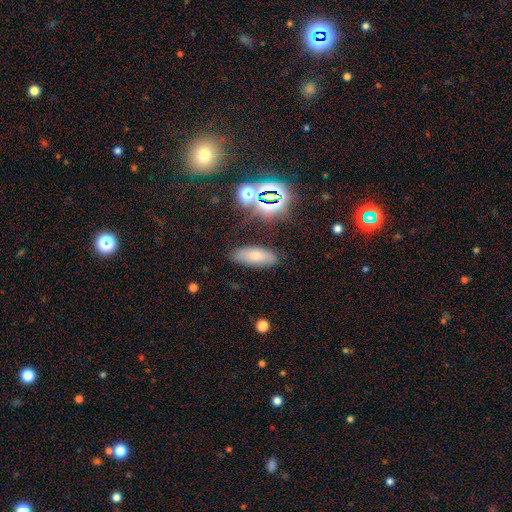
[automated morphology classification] smooth_or_featured: smooth (p=0.68) [alt: featured or disk p=0.17]
how_rounded: in between (p=0.72) [alt: cigar-shaped p=0.24]
merging: none (p=0.81) [alt: minor disturbance p=0.13]